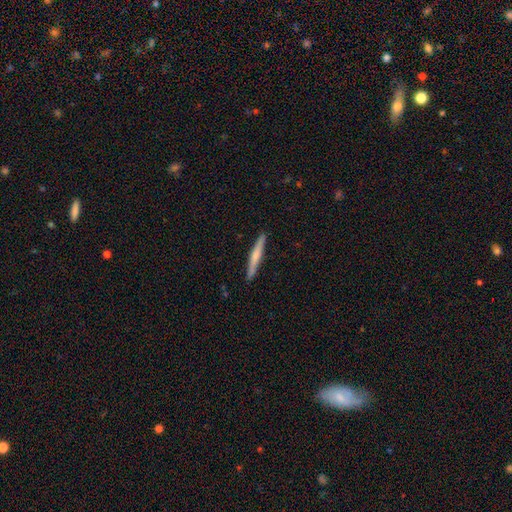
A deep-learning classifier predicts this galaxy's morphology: Smooth or featured?
  - smooth: 53% *
  - featured or disk: 41%
  - star or artifact: 5%
How rounded?
  - cigar-shaped: 96% *
  - in between: 3%
  - round: 1%
Merging?
  - none: 91% *
  - minor disturbance: 7%
  - major disturbance: 1%
  - merger: 1%